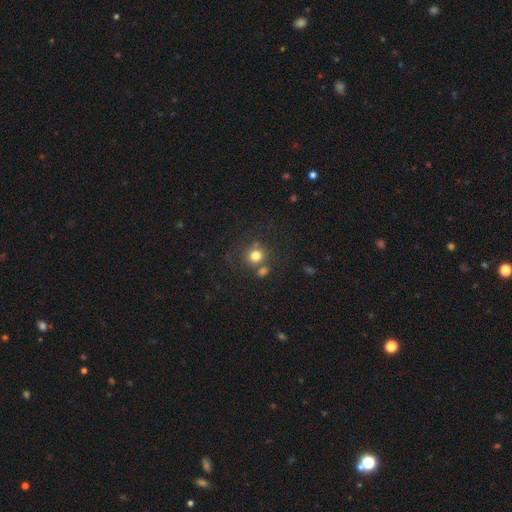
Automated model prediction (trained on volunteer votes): smooth 78%, star or artifact 14%, featured or disk 9%. Down the decision tree: how rounded — round (85%); merging — none (64%).